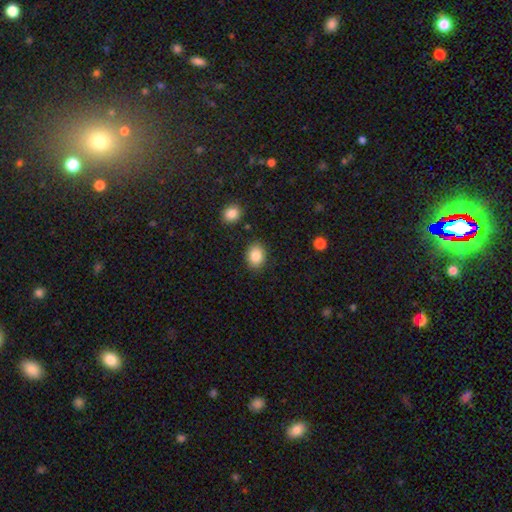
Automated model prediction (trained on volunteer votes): Smooth or featured: smooth — 86% (star or artifact — 8%)
How rounded: in between — 56% (round — 43%)
Merging: none — 87% (minor disturbance — 9%)